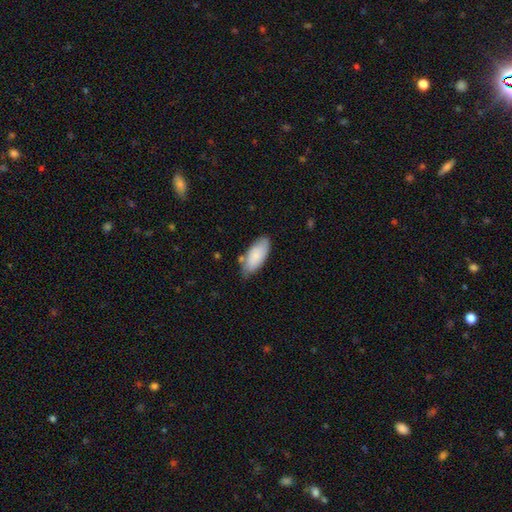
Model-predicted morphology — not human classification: This is clearly a smooth galaxy (83%). How rounded: clearly in between (87%). Merging: likely none (71%).